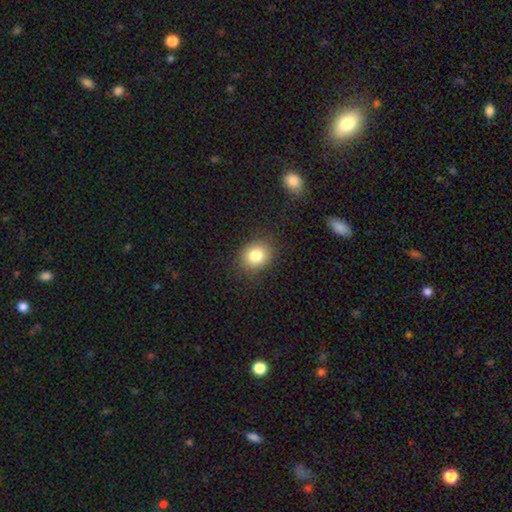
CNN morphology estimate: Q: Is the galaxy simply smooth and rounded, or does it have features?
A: smooth — 81%.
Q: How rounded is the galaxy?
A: round — 63%.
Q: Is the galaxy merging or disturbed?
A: none — 86%.